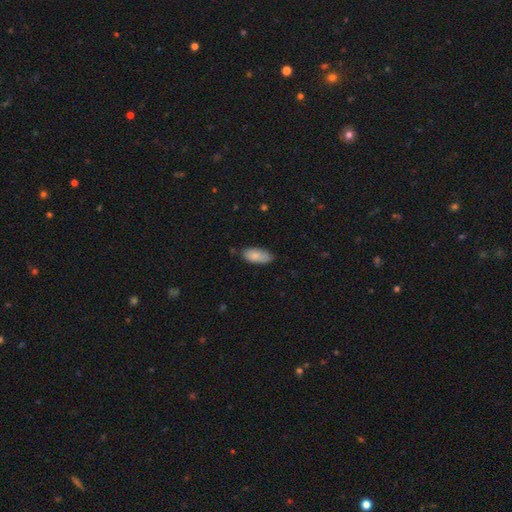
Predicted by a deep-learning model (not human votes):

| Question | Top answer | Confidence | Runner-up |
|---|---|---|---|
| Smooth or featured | smooth | 84% | featured or disk (10%) |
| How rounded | in between | 89% | cigar-shaped (9%) |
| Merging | none | 72% | minor disturbance (23%) |